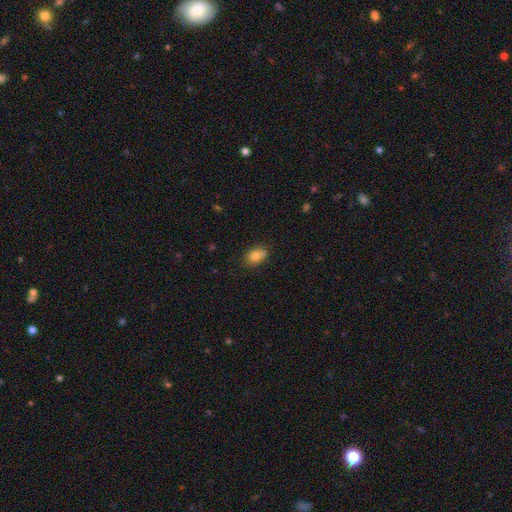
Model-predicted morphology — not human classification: type=smooth (79%); roundness=in between (68%); merging=none (61%).